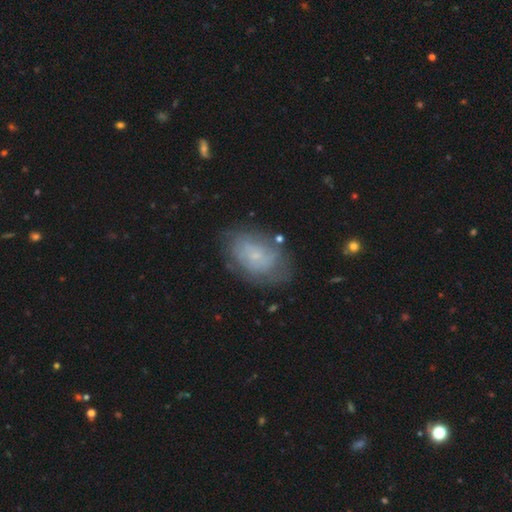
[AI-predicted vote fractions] featured or disk 48%, smooth 42%, star or artifact 10%. Down the decision tree: merging — none (66%).